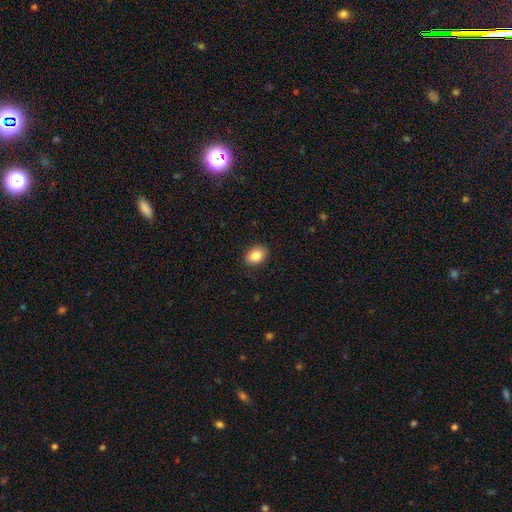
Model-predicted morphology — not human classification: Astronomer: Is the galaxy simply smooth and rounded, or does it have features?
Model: smooth — 86%.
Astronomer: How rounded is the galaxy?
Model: in between — 71%.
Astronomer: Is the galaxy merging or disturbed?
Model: none — 89%.